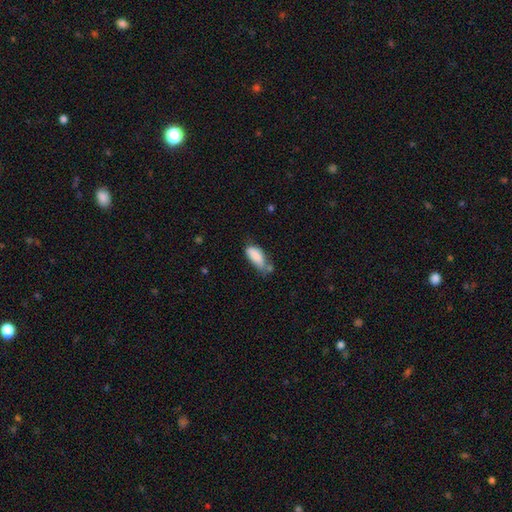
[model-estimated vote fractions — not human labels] Morphology: type=smooth (84%); roundness=in between (79%); merging=none (39%).